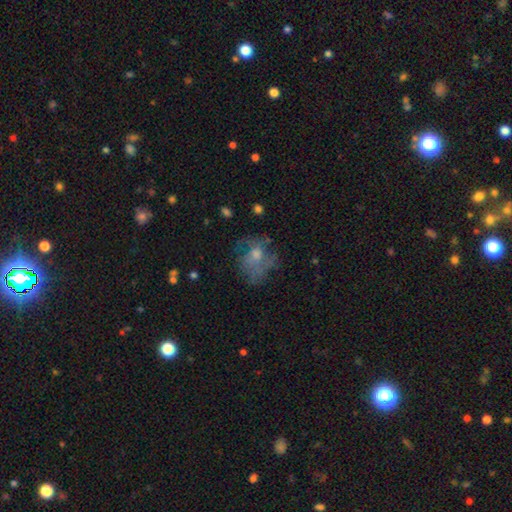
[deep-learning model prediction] Morphology: type=featured or disk (48%); merging=none (50%).